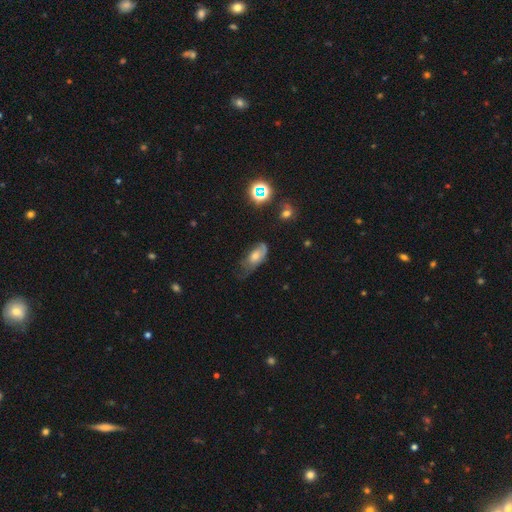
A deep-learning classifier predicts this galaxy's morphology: Smooth or featured? Predicted: smooth (p=0.47). Merging? Predicted: minor disturbance (p=0.37).